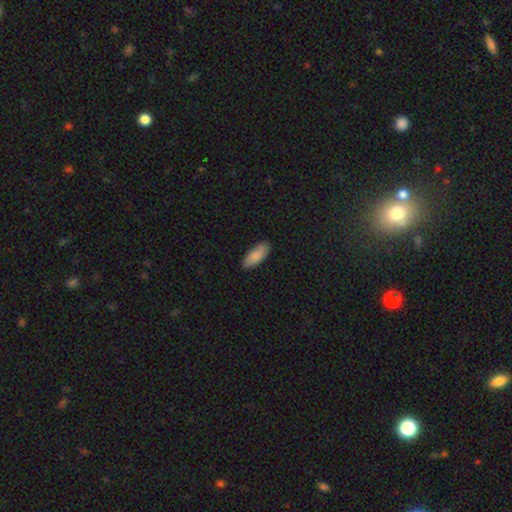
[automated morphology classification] A smooth galaxy with no disk features (84%) that is in between round and cigar-shaped (81%). Merging: none (84%).